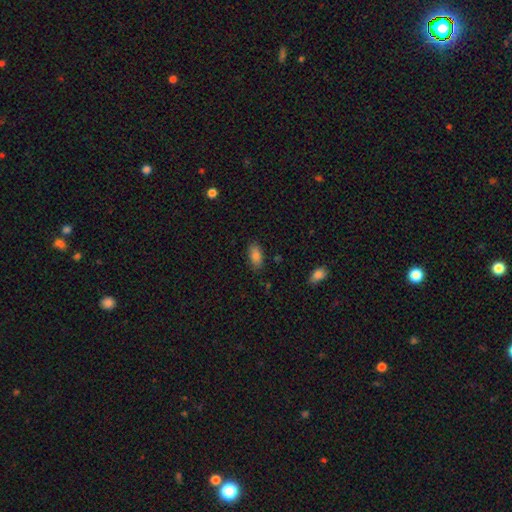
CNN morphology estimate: Smooth or featured?
  - smooth: 84% *
  - star or artifact: 8%
  - featured or disk: 8%
How rounded?
  - in between: 90% *
  - cigar-shaped: 7%
  - round: 3%
Merging?
  - none: 84% *
  - minor disturbance: 12%
  - major disturbance: 3%
  - merger: 2%